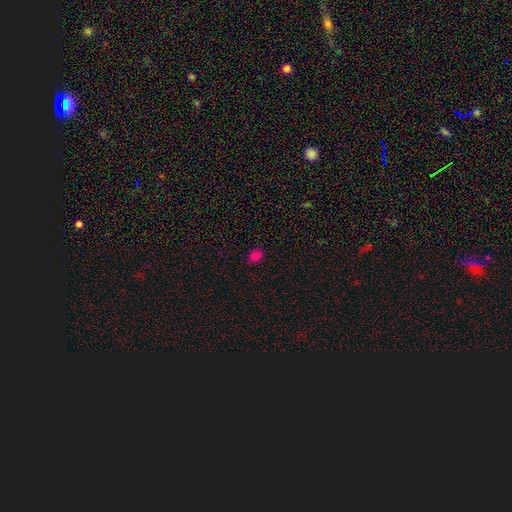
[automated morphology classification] A smooth galaxy with no disk features (79%) that is in between round and cigar-shaped (72%). Merging: none (85%).